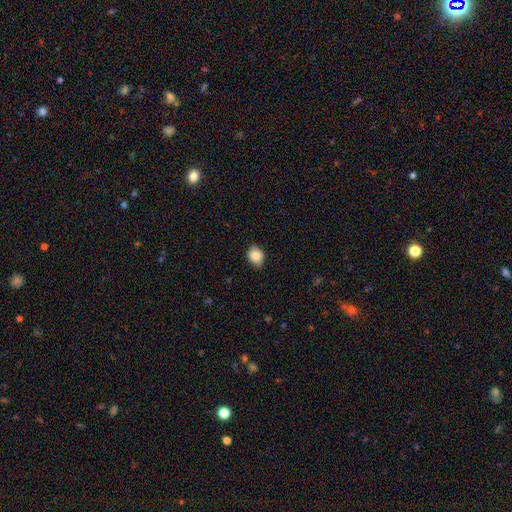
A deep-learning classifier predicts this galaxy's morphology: smooth_or_featured: smooth (p=0.84) [alt: star or artifact p=0.08]
how_rounded: in between (p=0.52) [alt: round p=0.47]
merging: none (p=0.81) [alt: minor disturbance p=0.16]